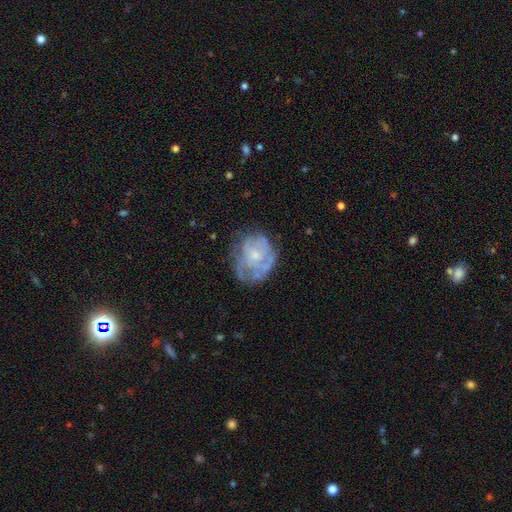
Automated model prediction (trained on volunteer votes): smooth-or-featured: featured or disk: 64% | smooth: 28% | star or artifact: 8%
  disk-edge-on: no: 98% | yes: 2%
    bar: no: 84% | weak: 14% | strong: 2%
    has-spiral-arms: yes: 51% | no: 49%
    bulge-size: small: 54% | moderate: 31% | none: 11% | large: 2% | dominant: 1%
  merging: none: 55% | minor disturbance: 25% | major disturbance: 18% | merger: 2%